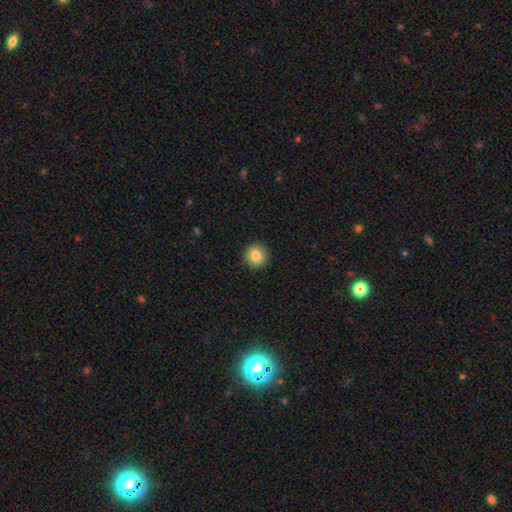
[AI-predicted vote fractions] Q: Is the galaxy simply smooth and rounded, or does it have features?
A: smooth — 84%.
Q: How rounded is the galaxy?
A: round — 94%.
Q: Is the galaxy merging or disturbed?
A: none — 92%.